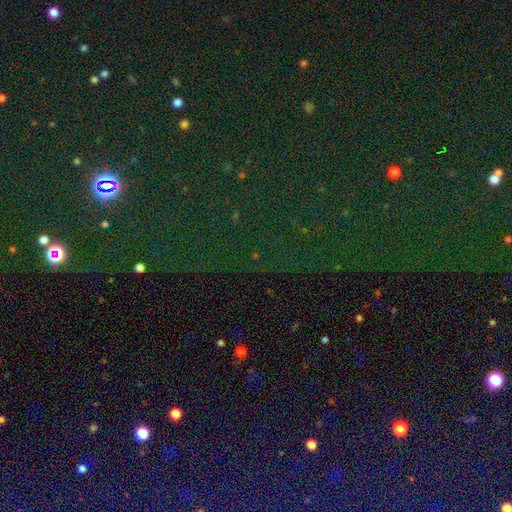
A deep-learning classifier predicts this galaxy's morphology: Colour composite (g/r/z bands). It shows a star or artifact, not a galaxy (80%).